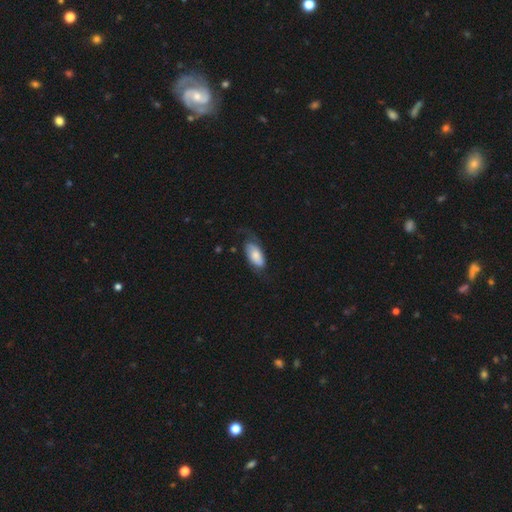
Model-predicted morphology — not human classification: smooth 57%, featured or disk 36%, star or artifact 7%. Down the decision tree: how rounded — in between (90%); merging — none (54%).